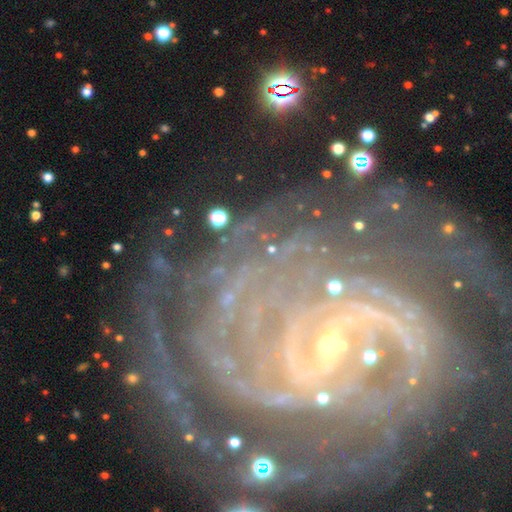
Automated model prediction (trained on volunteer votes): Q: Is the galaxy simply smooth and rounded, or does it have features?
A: featured or disk — 87%.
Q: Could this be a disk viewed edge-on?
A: no — 97%.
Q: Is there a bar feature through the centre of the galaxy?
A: strong — 43%.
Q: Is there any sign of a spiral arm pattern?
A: yes — 97%.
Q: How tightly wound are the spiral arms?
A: tight — 61%.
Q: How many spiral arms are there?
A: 2 — 22%, tied with can't tell.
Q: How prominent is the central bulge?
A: small — 81%.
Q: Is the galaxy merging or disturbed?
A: none — 66%.